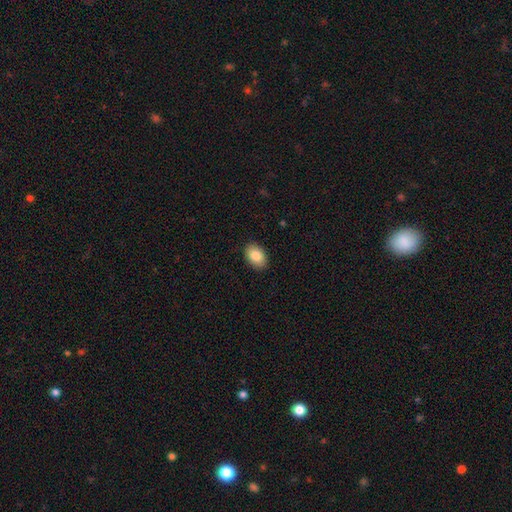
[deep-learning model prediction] Smooth or featured: smooth — 86% (star or artifact — 7%)
How rounded: in between — 83% (round — 16%)
Merging: none — 90% (minor disturbance — 7%)